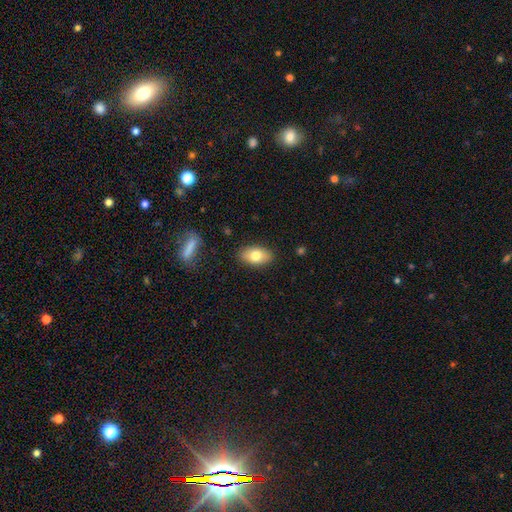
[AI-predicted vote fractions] This appears to be a smooth galaxy with no disk features (77%) that is in between round and cigar-shaped (91%). Merging: none (87%).